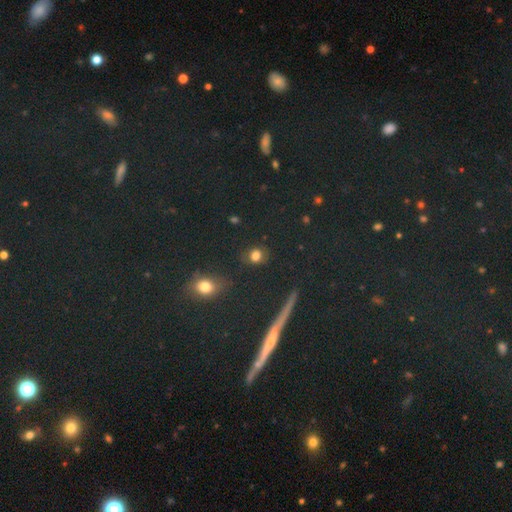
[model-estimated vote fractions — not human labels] smooth 79%, star or artifact 15%, featured or disk 6%. Down the decision tree: how rounded — round (79%); merging — none (84%).